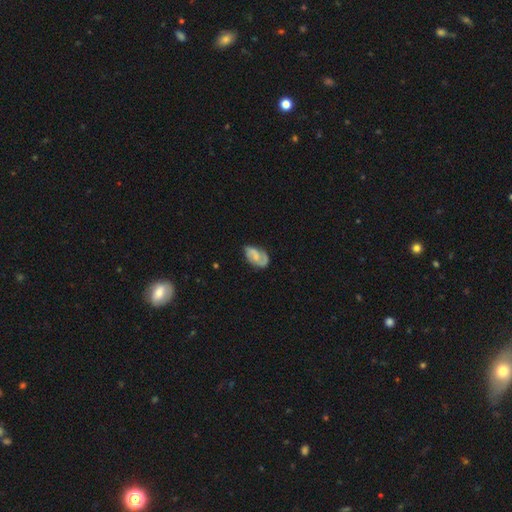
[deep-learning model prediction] This is likely a featured or disk galaxy (63%). It is clearly not viewed edge-on (96%). Bar: possibly no (49%). Spiral arm pattern: clearly yes (89%). Spiral arm count: likely 2 (76%). Spiral winding: possibly medium (45%). Central bulge: marginally small (41%). Merging: likely none (67%).